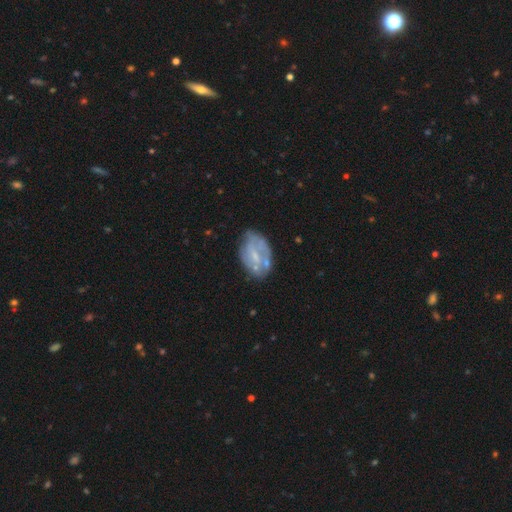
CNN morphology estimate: Q: Smooth or featured?
A: featured or disk (60%); runner-up: smooth (33%)
Q: Edge-on disk?
A: no (96%); runner-up: yes (4%)
Q: Bar?
A: no (51%); runner-up: weak (38%)
Q: Spiral arms?
A: no (62%); runner-up: yes (38%)
Q: Bulge size?
A: small (48%); runner-up: none (26%)
Q: Merging?
A: none (53%); runner-up: minor disturbance (26%)